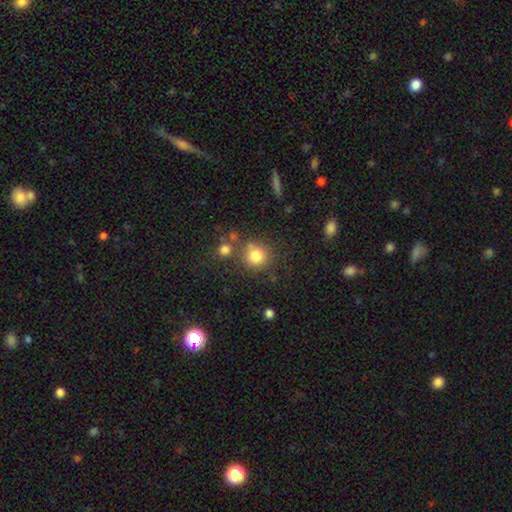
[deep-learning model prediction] Q: Smooth or featured?
A: smooth (81%); runner-up: star or artifact (12%)
Q: How rounded?
A: round (90%); runner-up: in between (9%)
Q: Merging?
A: none (71%); runner-up: merger (12%)